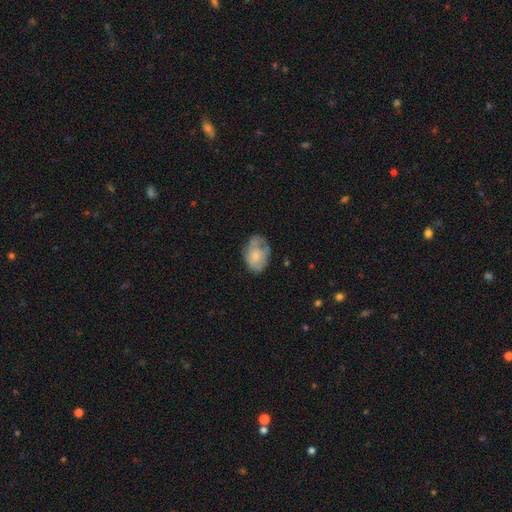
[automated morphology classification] This appears to be a smooth galaxy with no disk features (63%) that is in between round and cigar-shaped (85%). Merging: none (51%).